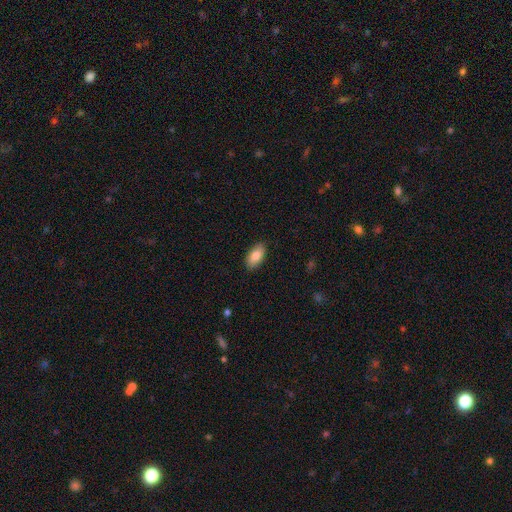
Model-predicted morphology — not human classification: smooth 84%, featured or disk 10%, star or artifact 6%. Down the decision tree: how rounded — in between (92%); merging — none (88%).